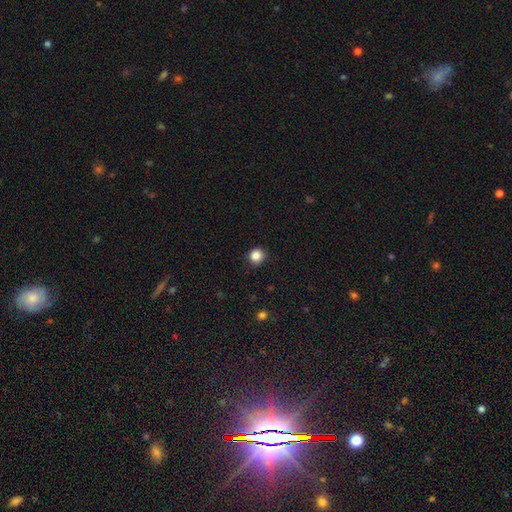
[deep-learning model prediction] The model was most divided on "smooth or featured": smooth: 85%, star or artifact: 11%, featured or disk: 4%. More confident: how rounded — round (89%); merging — none (89%).